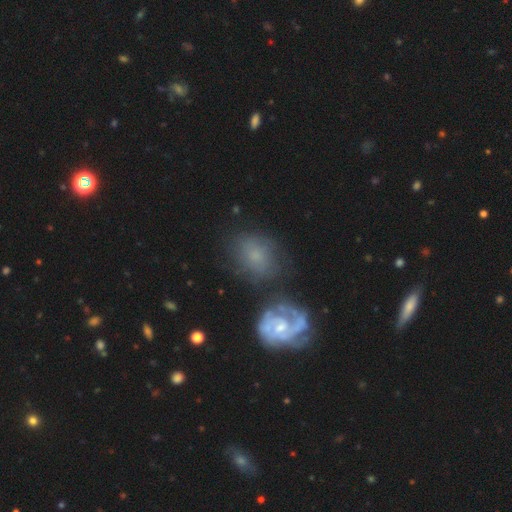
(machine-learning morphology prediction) Smooth or featured: featured or disk — 45% (smooth — 42%)
Merging: none — 57% (minor disturbance — 18%)